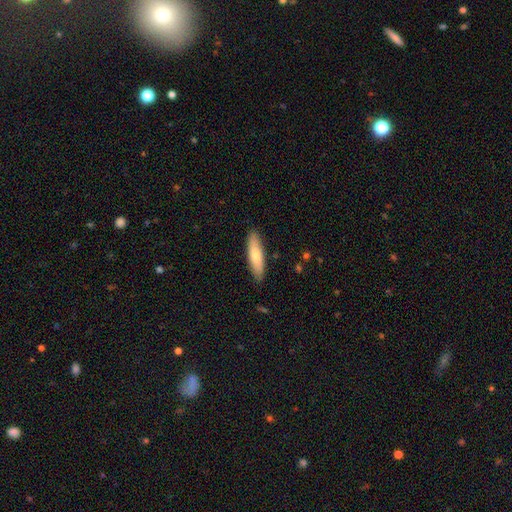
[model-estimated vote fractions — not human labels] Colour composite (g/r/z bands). It shows a smooth galaxy with no disk features (73%) that is cigar-shaped (68%). Merging: none (87%).